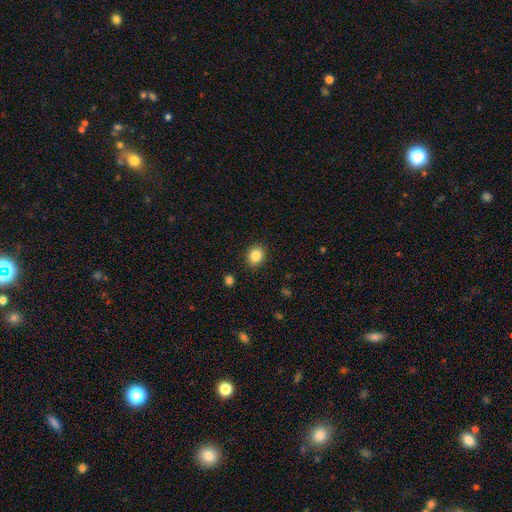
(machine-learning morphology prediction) smooth-or-featured: smooth: 86% | star or artifact: 10% | featured or disk: 5%
  how-rounded: round: 61% | in between: 38% | cigar-shaped: 1%
  merging: none: 90% | minor disturbance: 7% | major disturbance: 2% | merger: 1%